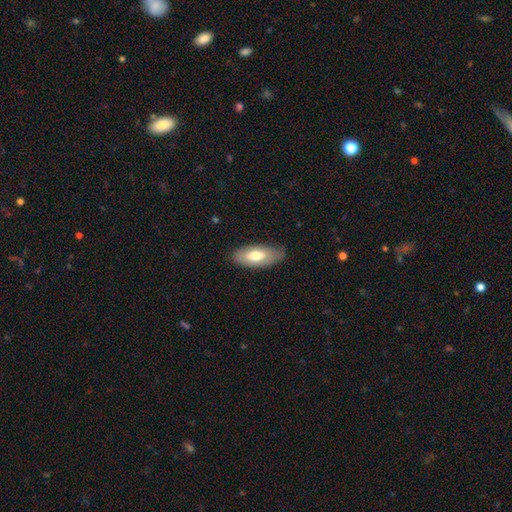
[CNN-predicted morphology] Smooth or featured? smooth (67%)
How rounded? in between (87%)
Merging? none (80%)